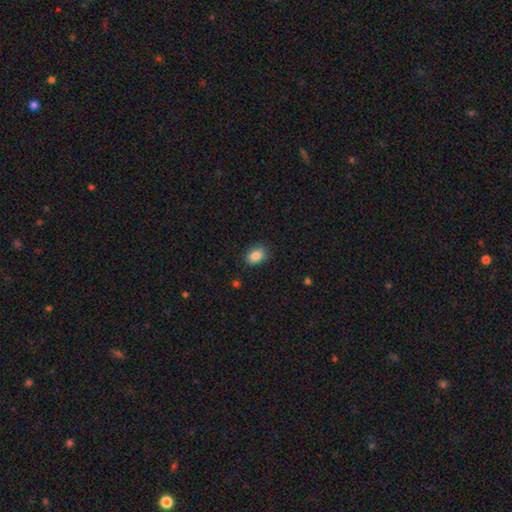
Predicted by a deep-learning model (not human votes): smooth-or-featured: smooth: 87% | star or artifact: 8% | featured or disk: 5%
  how-rounded: in between: 76% | round: 23% | cigar-shaped: 1%
  merging: none: 86% | minor disturbance: 11% | major disturbance: 2% | merger: 1%